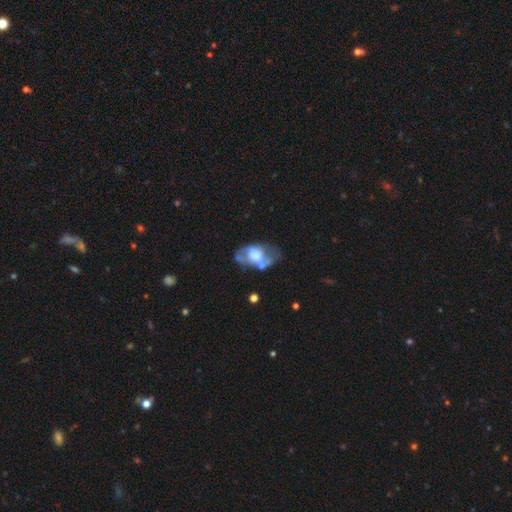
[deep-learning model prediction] This is possibly a featured or disk galaxy (53%). It is clearly not viewed edge-on (94%). Merging: marginally none (36%).